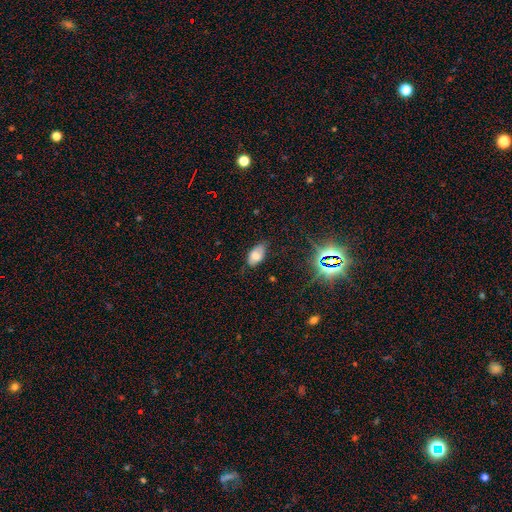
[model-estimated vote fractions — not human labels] Smooth or featured?
  - smooth: 66% *
  - featured or disk: 19%
  - star or artifact: 15%
How rounded?
  - in between: 93% *
  - round: 5%
  - cigar-shaped: 2%
Merging?
  - none: 70% *
  - minor disturbance: 24%
  - major disturbance: 4%
  - merger: 1%